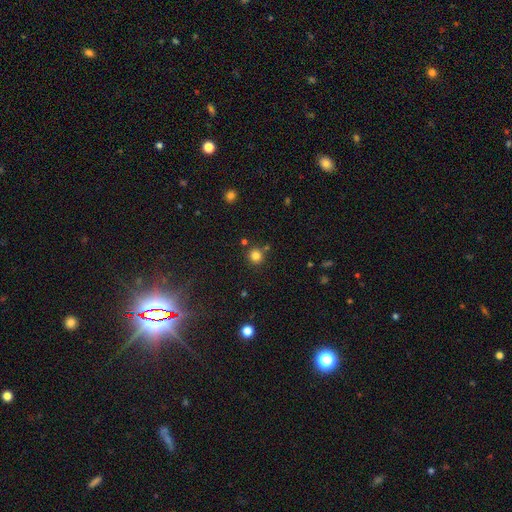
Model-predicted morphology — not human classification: Smooth or featured? smooth (81%)
How rounded? round (94%)
Merging? none (83%)